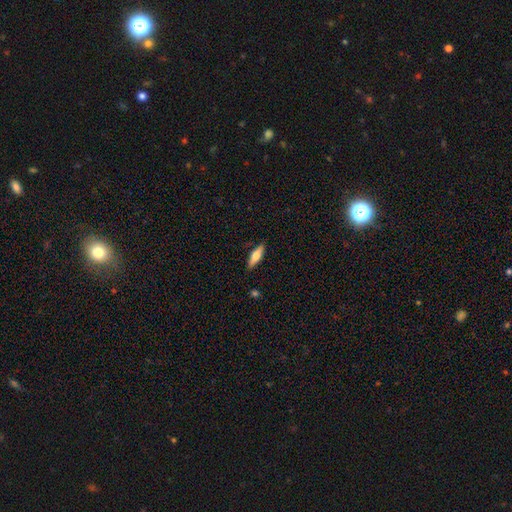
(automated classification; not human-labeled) Smooth or featured: smooth — 59% (featured or disk — 35%)
How rounded: cigar-shaped — 57% (in between — 41%)
Merging: none — 88% (minor disturbance — 9%)